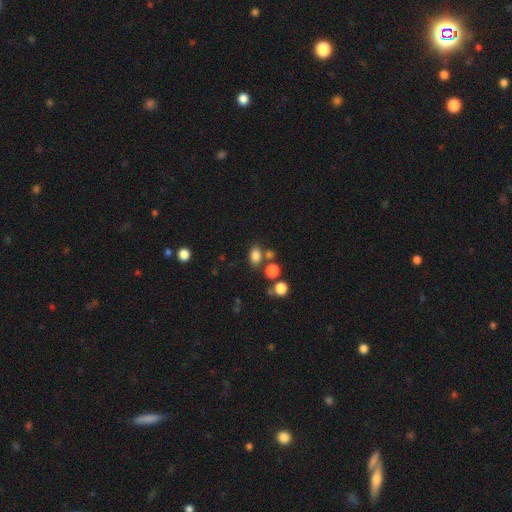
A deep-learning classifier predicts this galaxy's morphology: Smooth or featured: smooth — 80% (star or artifact — 13%)
How rounded: in between — 74% (round — 24%)
Merging: none — 65% (merger — 17%)